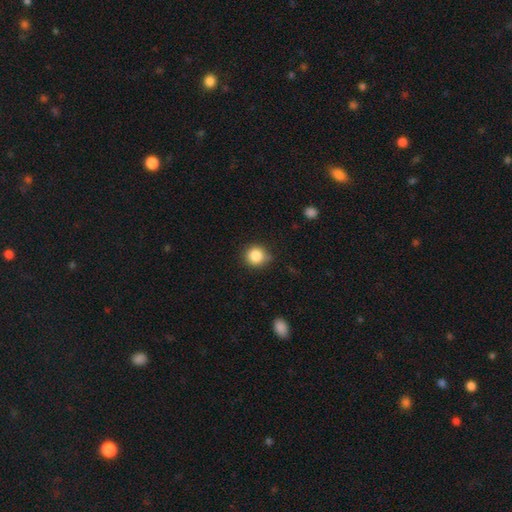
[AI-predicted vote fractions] Overall: smooth (85%). How rounded: round (89%). Merging: none (75%).